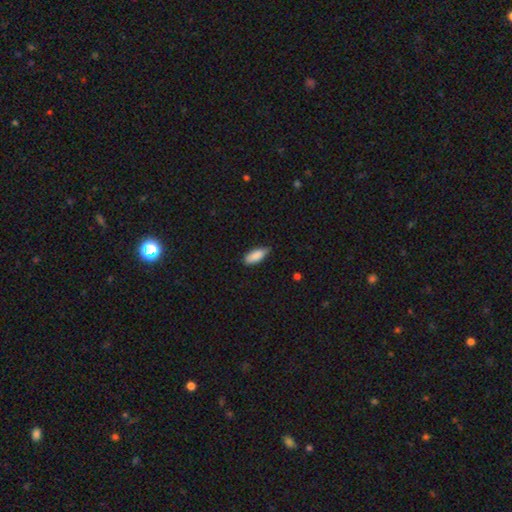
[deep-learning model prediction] smooth-or-featured: smooth: 88% | star or artifact: 6% | featured or disk: 6%
  how-rounded: in between: 82% | cigar-shaped: 16% | round: 2%
  merging: none: 67% | minor disturbance: 28% | major disturbance: 3% | merger: 1%